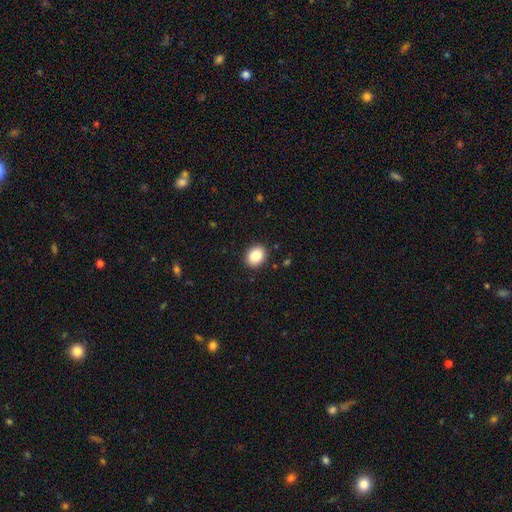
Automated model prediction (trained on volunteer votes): Smooth or featured?
  - smooth: 86% *
  - star or artifact: 9%
  - featured or disk: 6%
How rounded?
  - in between: 50% * (tied)
  - round: 50% * (tied)
  - cigar-shaped: 1%
Merging?
  - none: 91% *
  - minor disturbance: 7%
  - major disturbance: 2%
  - merger: 1%